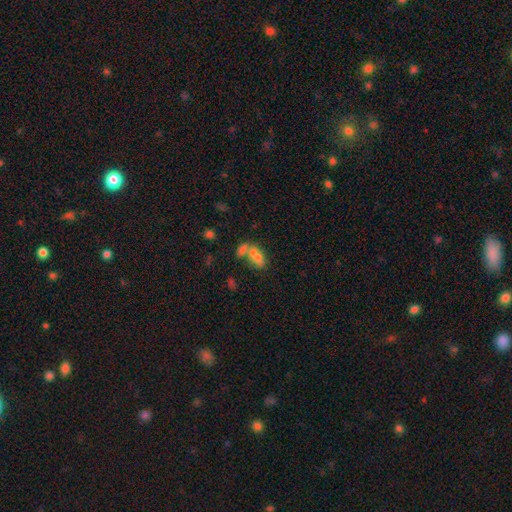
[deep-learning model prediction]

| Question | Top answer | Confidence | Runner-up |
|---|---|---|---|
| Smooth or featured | smooth | 67% | featured or disk (21%) |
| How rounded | in between | 82% | round (13%) |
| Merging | merger | 59% | none (26%) |